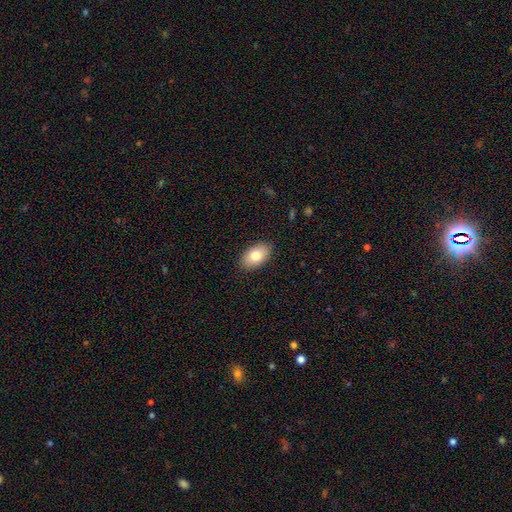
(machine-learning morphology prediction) smooth 79%, featured or disk 14%, star or artifact 7%. Down the decision tree: how rounded — in between (93%); merging — none (88%).